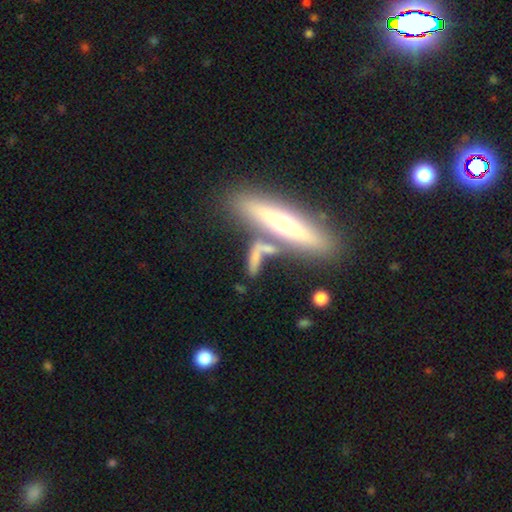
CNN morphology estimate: This appears to be a smooth galaxy with no disk features (50%) that is cigar-shaped (64%). Merging: none (42%).